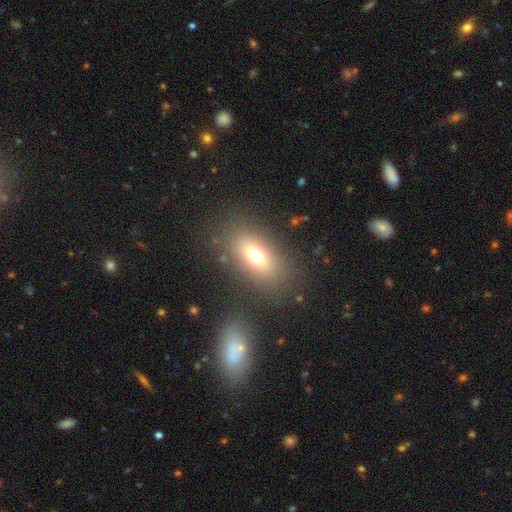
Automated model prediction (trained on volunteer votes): Overall: smooth (68%). How rounded: in between (82%). Merging: none (80%).